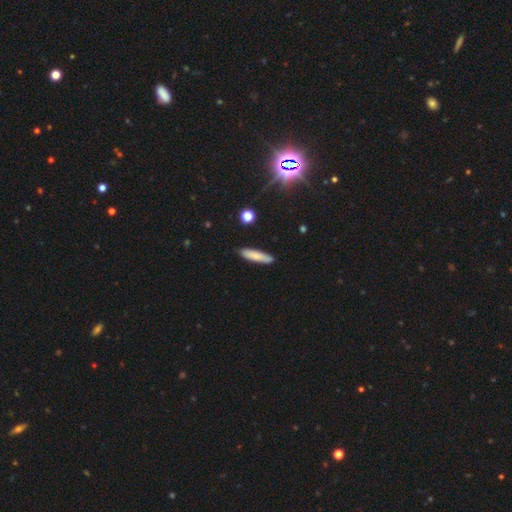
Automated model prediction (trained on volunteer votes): This appears to be a smooth galaxy with no disk features (80%) that is cigar-shaped (81%). Merging: none (87%).